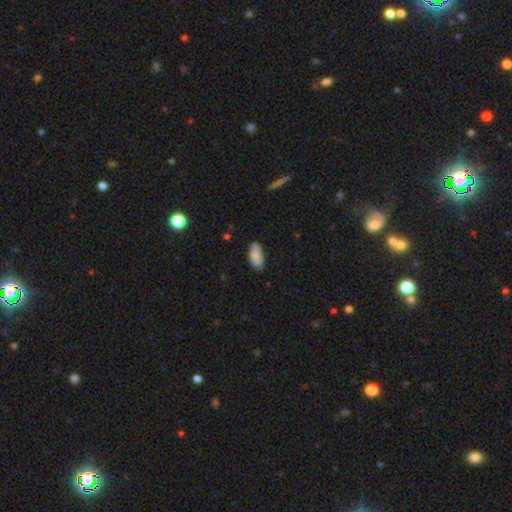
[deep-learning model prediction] smooth_or_featured: smooth (p=0.82) [alt: featured or disk p=0.11]
how_rounded: in between (p=0.87) [alt: cigar-shaped p=0.11]
merging: none (p=0.76) [alt: minor disturbance p=0.19]